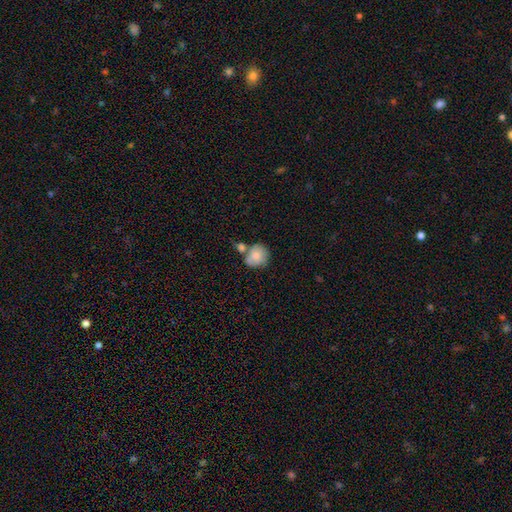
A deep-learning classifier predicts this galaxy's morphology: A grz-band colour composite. It shows a smooth galaxy with no disk features (81%) that is round (77%). Merging: none (44%).